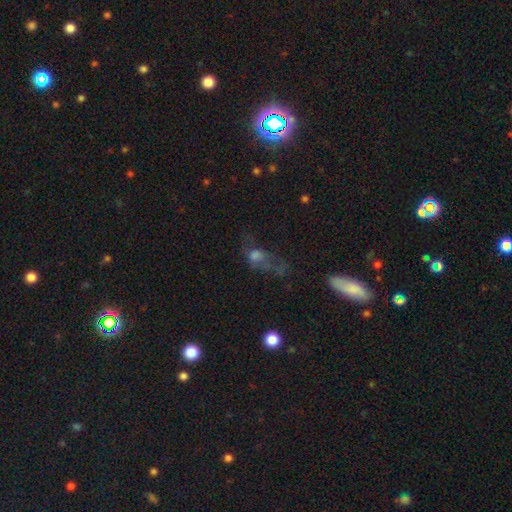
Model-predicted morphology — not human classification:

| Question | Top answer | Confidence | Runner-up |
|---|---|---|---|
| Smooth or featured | smooth | 47% | featured or disk (31%) |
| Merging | major disturbance | 45% | none (30%) |